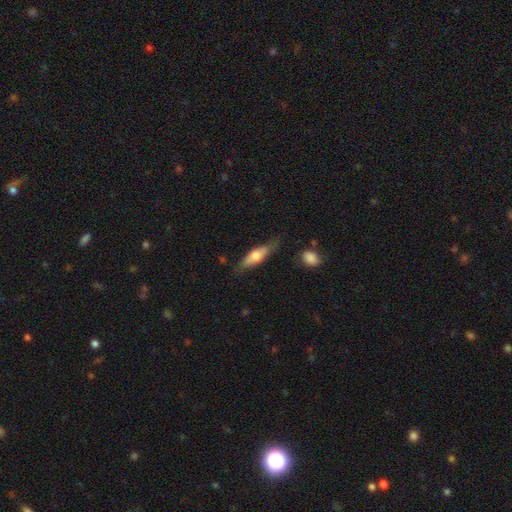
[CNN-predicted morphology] Overall: smooth (60%; featured or disk 34%). How rounded: cigar-shaped (49%; in between 48%). Merging: none (69%).